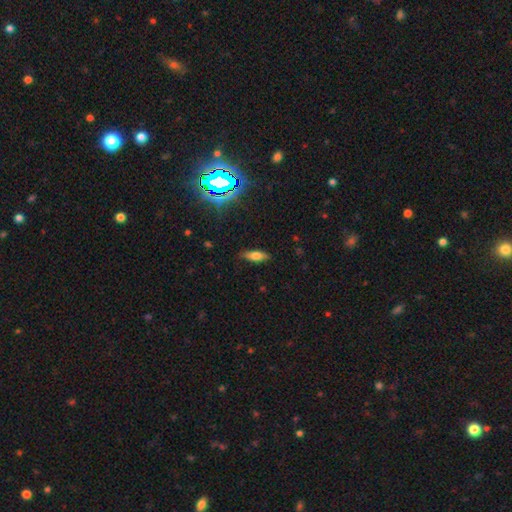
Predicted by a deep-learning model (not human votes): Q: Smooth or featured?
A: smooth (66%); runner-up: featured or disk (22%)
Q: How rounded?
A: in between (59%); runner-up: cigar-shaped (38%)
Q: Merging?
A: none (85%); runner-up: minor disturbance (11%)